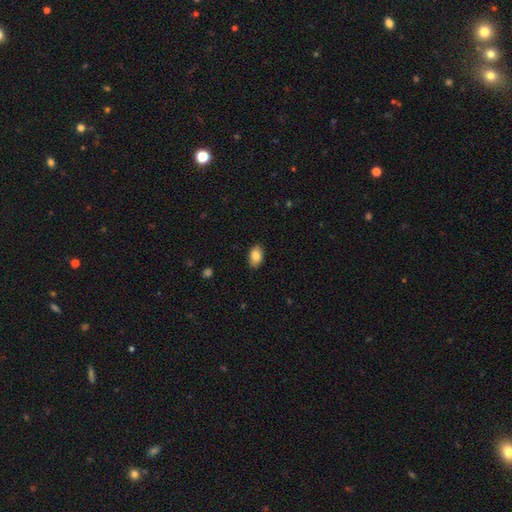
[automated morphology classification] Smooth or featured? smooth (84%)
How rounded? in between (88%)
Merging? none (88%)